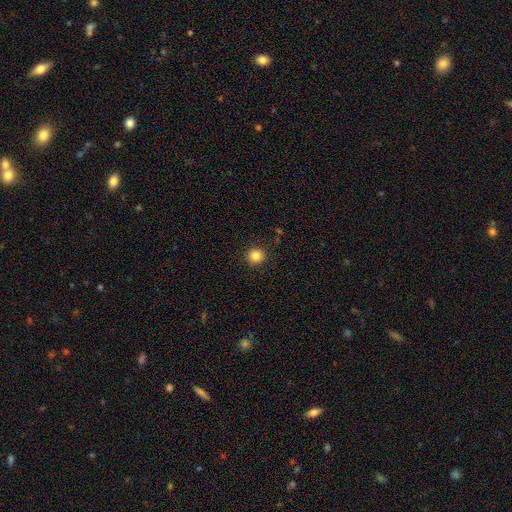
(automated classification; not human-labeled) smooth_or_featured: smooth (p=0.84) [alt: star or artifact p=0.11]
how_rounded: round (p=0.91) [alt: in between p=0.08]
merging: none (p=0.91) [alt: minor disturbance p=0.06]